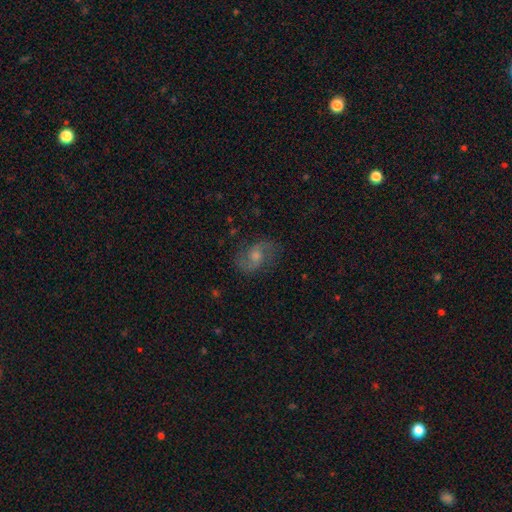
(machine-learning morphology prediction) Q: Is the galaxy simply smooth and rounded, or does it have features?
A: featured or disk — 73%.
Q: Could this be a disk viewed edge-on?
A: no — 97%.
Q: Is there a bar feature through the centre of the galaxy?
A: no — 52%.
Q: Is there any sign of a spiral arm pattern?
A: yes — 93%.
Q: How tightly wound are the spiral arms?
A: medium — 46%.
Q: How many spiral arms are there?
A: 2 — 89%.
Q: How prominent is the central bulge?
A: moderate — 57%.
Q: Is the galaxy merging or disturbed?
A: none — 79%.